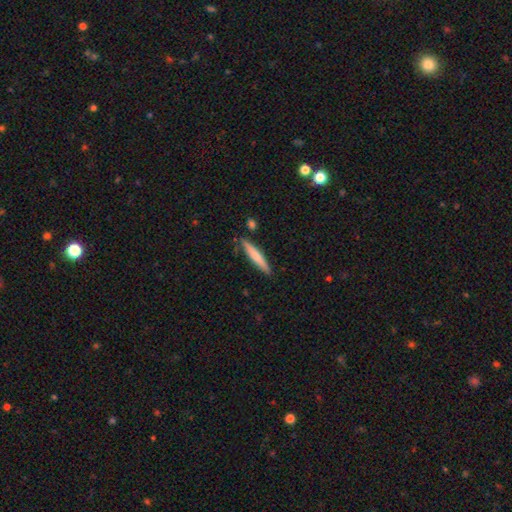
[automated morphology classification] Overall: smooth (66%; featured or disk 28%). How rounded: cigar-shaped (92%). Merging: none (85%).